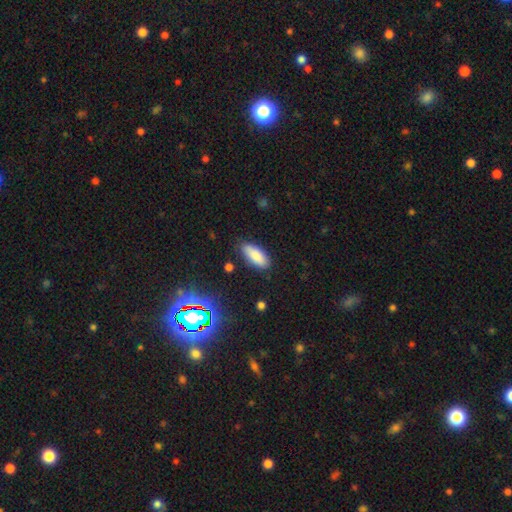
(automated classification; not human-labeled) This appears to be a smooth galaxy with no disk features (84%) that is in between round and cigar-shaped (81%). Merging: none (81%).